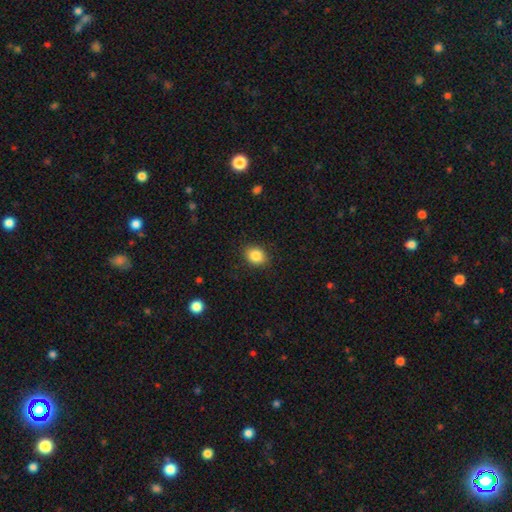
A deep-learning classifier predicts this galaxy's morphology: smooth_or_featured: smooth (p=0.86) [alt: star or artifact p=0.09]
how_rounded: in between (p=0.51) [alt: round p=0.48]
merging: none (p=0.87) [alt: minor disturbance p=0.09]